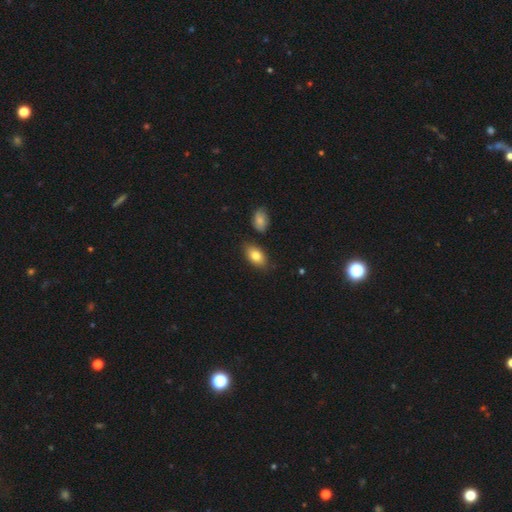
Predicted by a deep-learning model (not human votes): Smooth or featured? smooth (81%)
How rounded? in between (91%)
Merging? none (81%)